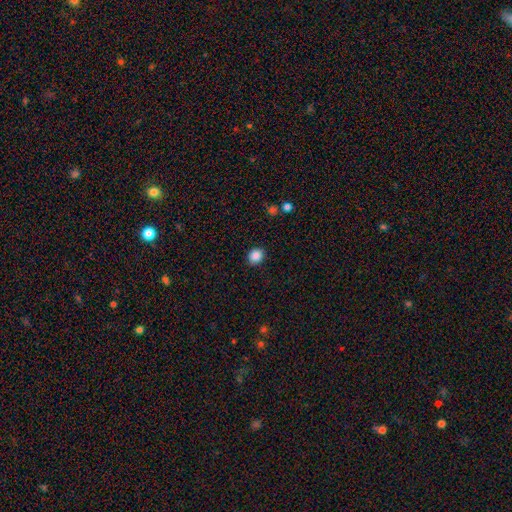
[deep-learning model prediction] Smooth or featured: smooth — 87% (star or artifact — 10%)
How rounded: round — 68% (in between — 31%)
Merging: none — 88% (minor disturbance — 9%)